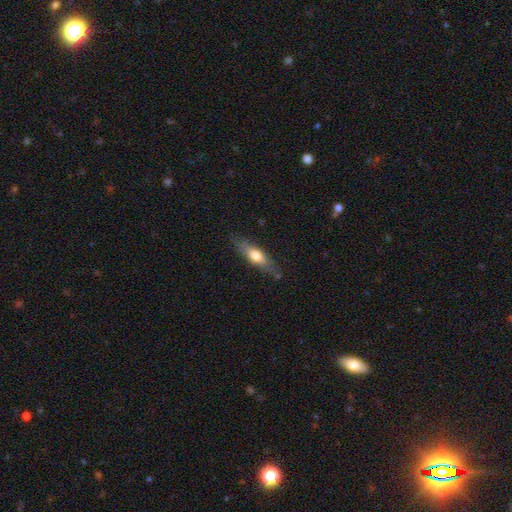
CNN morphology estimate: This is likely a smooth galaxy (61%). How rounded: possibly cigar-shaped (54%). Merging: likely none (77%).